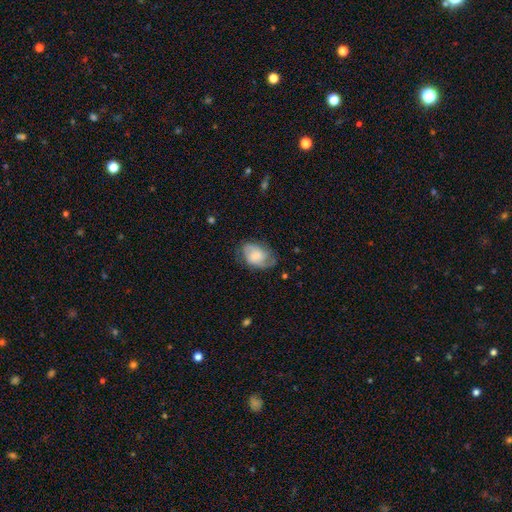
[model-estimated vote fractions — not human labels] featured or disk 49%, smooth 43%, star or artifact 7%. Down the decision tree: merging — none (59%).